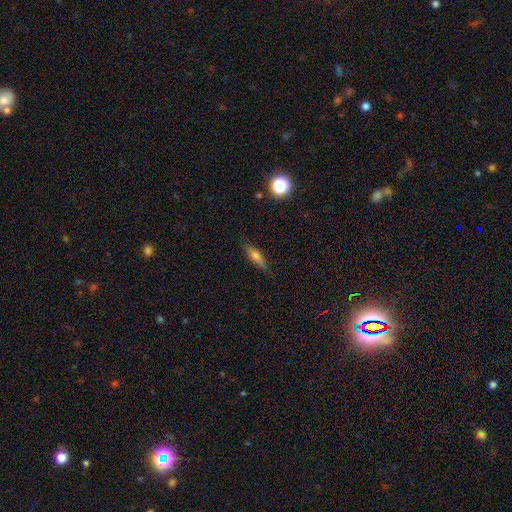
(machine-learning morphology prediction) smooth-or-featured: smooth: 64% | featured or disk: 26% | star or artifact: 10%
  how-rounded: cigar-shaped: 57% | in between: 40% | round: 3%
  merging: none: 82% | minor disturbance: 14% | major disturbance: 3% | merger: 1%